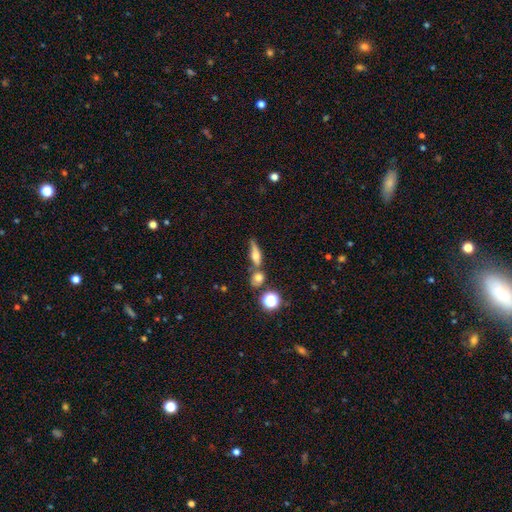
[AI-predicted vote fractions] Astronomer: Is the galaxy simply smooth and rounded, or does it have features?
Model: smooth — 47% (runner-up: featured or disk, 40%).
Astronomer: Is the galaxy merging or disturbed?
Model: none — 53% (runner-up: merger, 29%).